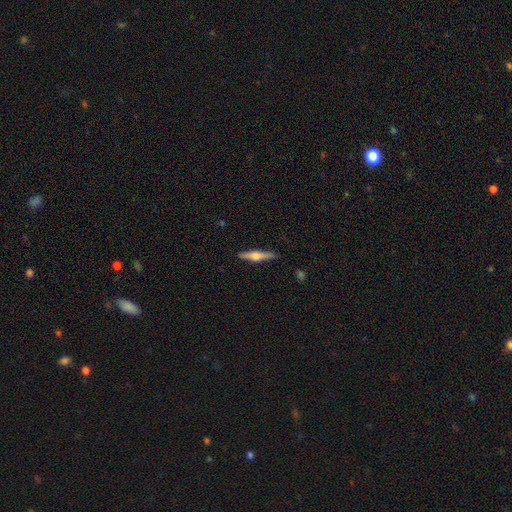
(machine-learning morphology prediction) type=featured or disk (65%); edge-on=yes (97%); edge-on bulge=rounded (92%); merging=none (90%).